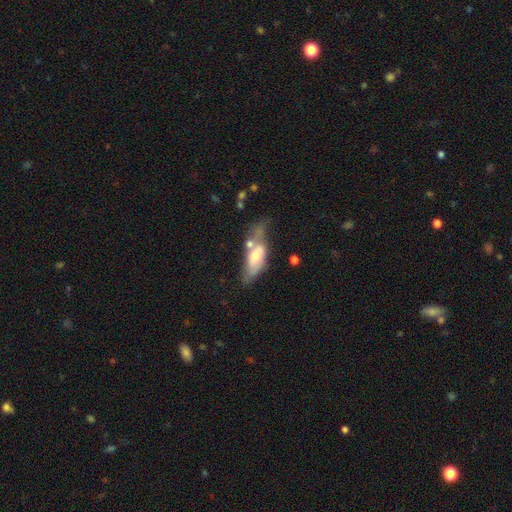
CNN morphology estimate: Smooth or featured? smooth (49%)
Merging? none (31%)